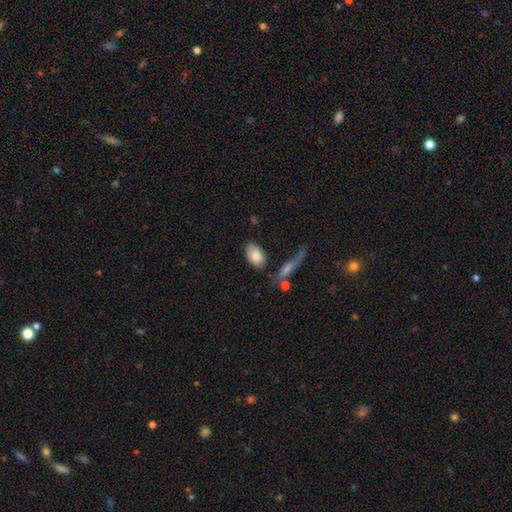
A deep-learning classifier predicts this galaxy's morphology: Smooth or featured: smooth — 82% (featured or disk — 11%)
How rounded: in between — 91% (round — 7%)
Merging: none — 66% (minor disturbance — 18%)